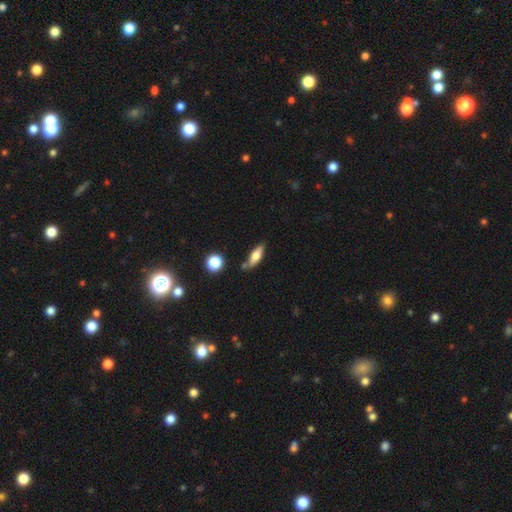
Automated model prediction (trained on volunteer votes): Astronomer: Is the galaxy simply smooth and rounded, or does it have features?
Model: smooth — 64%.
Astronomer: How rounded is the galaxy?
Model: in between — 55% (runner-up: cigar-shaped, 41%).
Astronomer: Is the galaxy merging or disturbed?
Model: none — 66%.